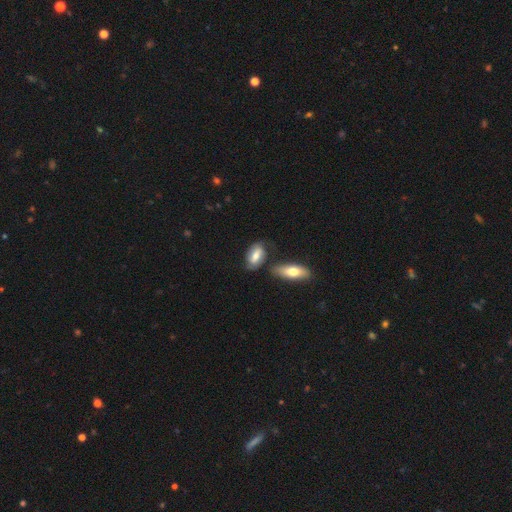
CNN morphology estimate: A smooth galaxy with no disk features (59%) that is in between round and cigar-shaped (89%).

Vote fractions:
- Smooth or featured? smooth: 59% / featured or disk: 34% / star or artifact: 7%
- How rounded? in between: 89% / cigar-shaped: 6% / round: 5%
- Merging? none: 61% / minor disturbance: 21% / merger: 12% / major disturbance: 6%